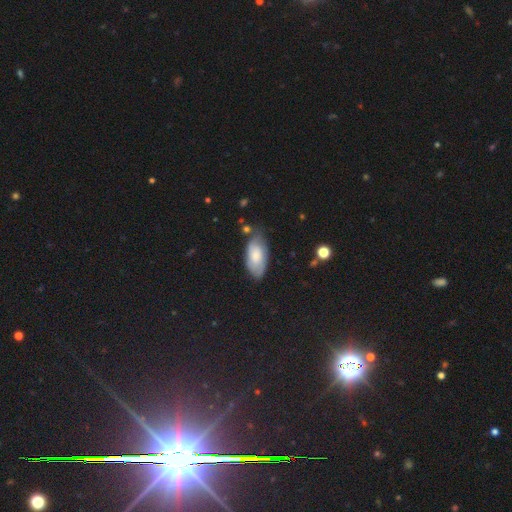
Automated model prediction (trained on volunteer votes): This is likely a smooth galaxy (69%). How rounded: clearly in between (92%). Merging: likely none (64%).